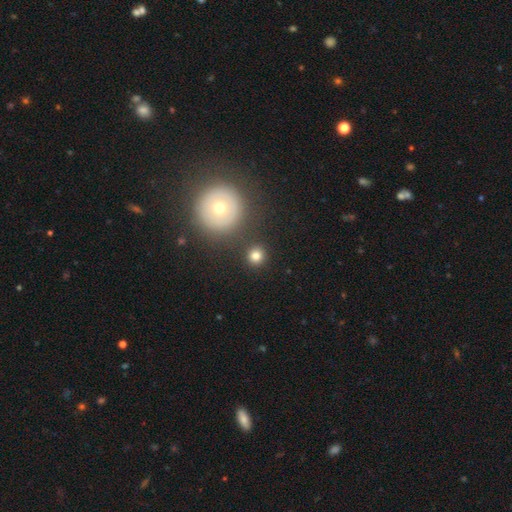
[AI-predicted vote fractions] Smooth or featured: smooth — 80% (star or artifact — 12%)
How rounded: round — 92% (in between — 7%)
Merging: none — 84% (minor disturbance — 7%)